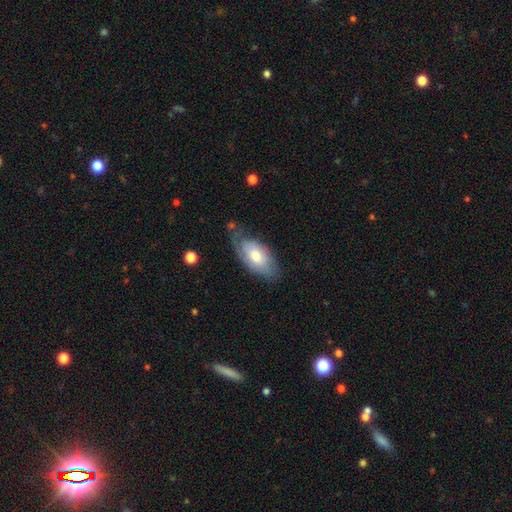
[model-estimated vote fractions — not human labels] A smooth galaxy with no disk features (55%) that is in between round and cigar-shaped (91%). Merging: none (52%).